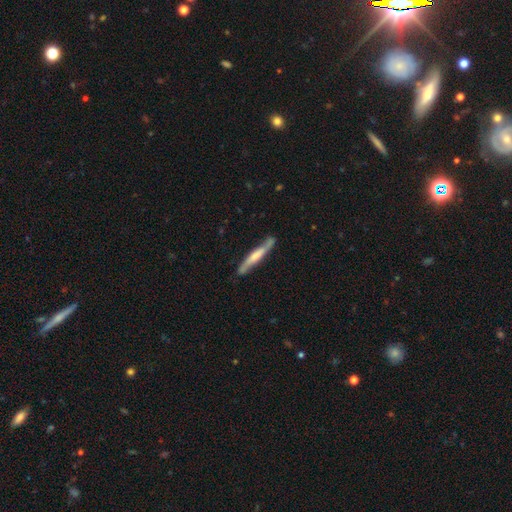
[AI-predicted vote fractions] featured or disk 54%, smooth 41%, star or artifact 5%. Down the decision tree: edge-on disk — yes (79%); merging — none (76%).